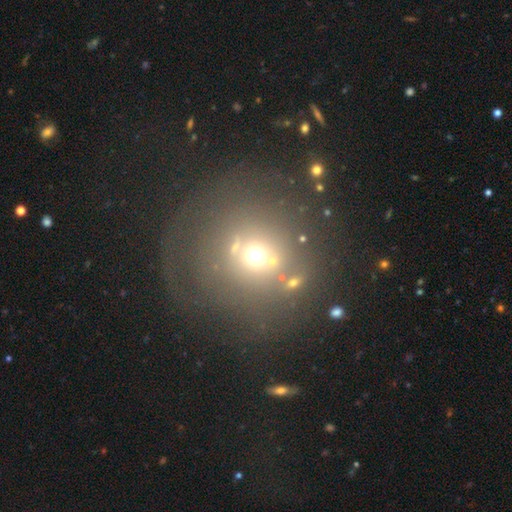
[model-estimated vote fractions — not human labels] Smooth or featured? smooth (53%)
How rounded? round (88%)
Merging? none (63%)